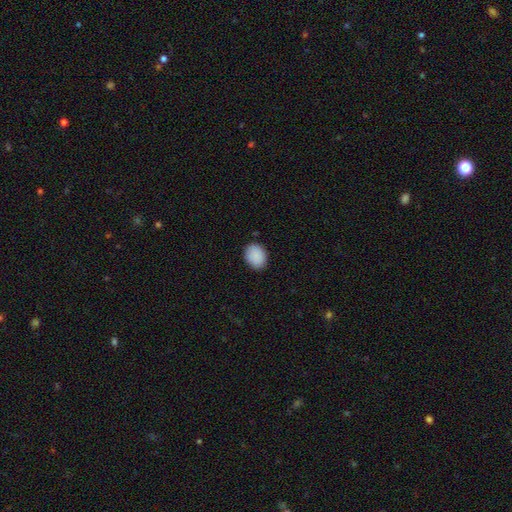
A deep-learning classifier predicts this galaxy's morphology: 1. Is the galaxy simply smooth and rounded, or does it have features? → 90% smooth, 7% star or artifact, 3% featured or disk.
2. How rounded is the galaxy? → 55% in between, 44% round, 1% cigar-shaped.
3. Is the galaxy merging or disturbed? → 87% none, 10% minor disturbance, 2% major disturbance, 1% merger.